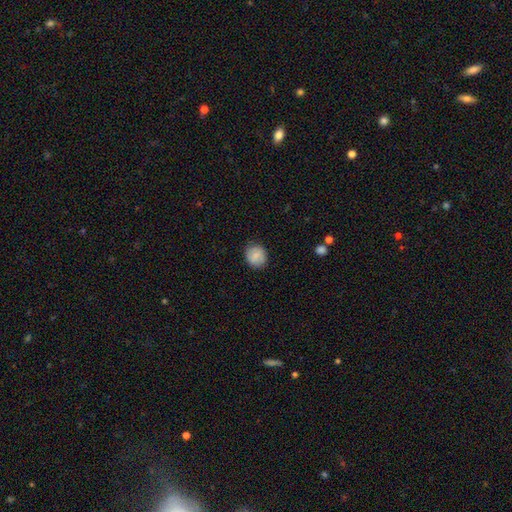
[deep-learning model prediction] Smooth or featured?
  - smooth: 82% *
  - featured or disk: 10%
  - star or artifact: 8%
How rounded?
  - round: 83% *
  - in between: 16%
  - cigar-shaped: 1%
Merging?
  - none: 86% *
  - minor disturbance: 10%
  - major disturbance: 3%
  - merger: 1%